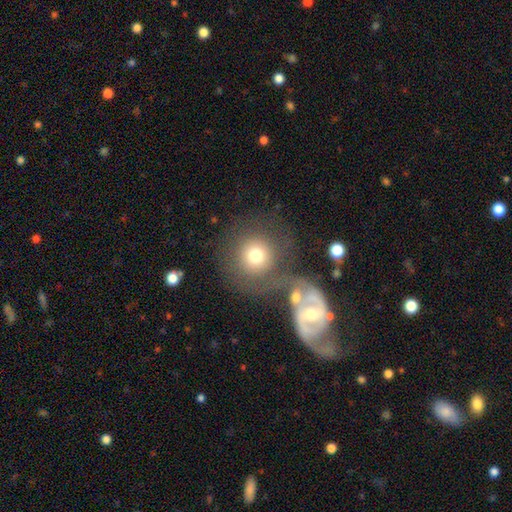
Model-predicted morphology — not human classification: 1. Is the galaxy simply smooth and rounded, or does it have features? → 69% smooth, 21% featured or disk, 11% star or artifact.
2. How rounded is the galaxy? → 90% round, 9% in between, 1% cigar-shaped.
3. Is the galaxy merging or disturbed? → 49% none, 29% merger, 11% major disturbance, 10% minor disturbance.